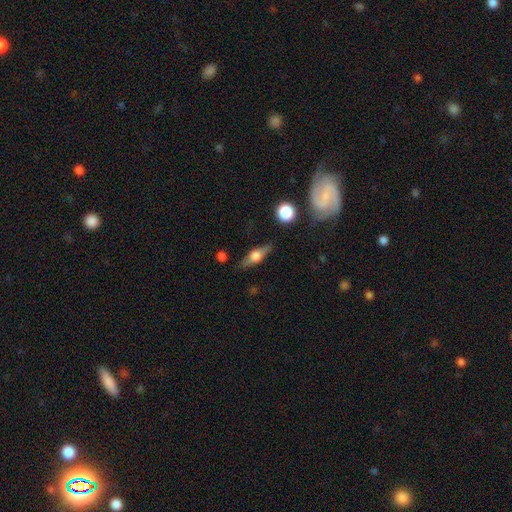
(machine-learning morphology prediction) smooth-or-featured: featured or disk: 60% | smooth: 33% | star or artifact: 8%
  disk-edge-on: yes: 93% | no: 7%
    edge-on-bulge: rounded: 91% | boxy: 7% | none: 2%
  merging: none: 84% | minor disturbance: 11% | major disturbance: 3% | merger: 2%